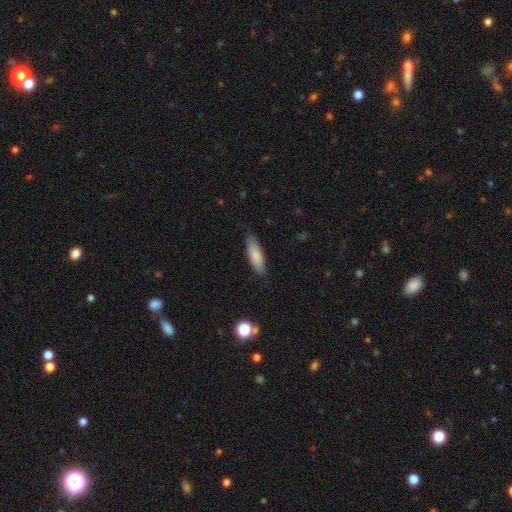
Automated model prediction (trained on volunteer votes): smooth 82%, featured or disk 12%, star or artifact 6%. Down the decision tree: how rounded — in between (54%); merging — none (78%).